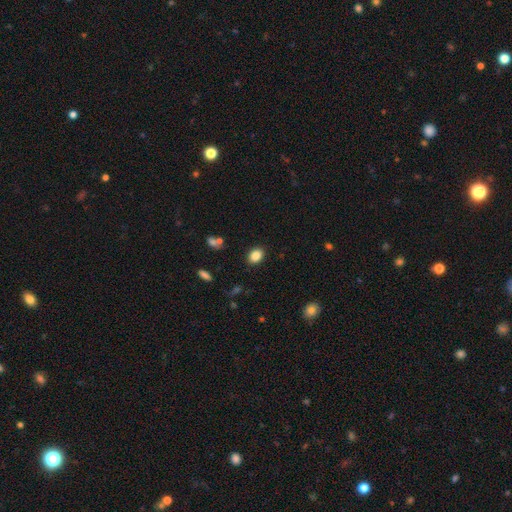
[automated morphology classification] Q: Smooth or featured?
A: smooth (85%); runner-up: star or artifact (10%)
Q: How rounded?
A: in between (66%); runner-up: round (33%)
Q: Merging?
A: none (87%); runner-up: minor disturbance (8%)